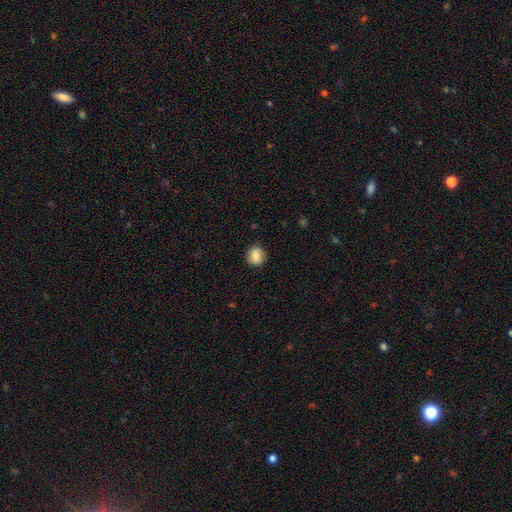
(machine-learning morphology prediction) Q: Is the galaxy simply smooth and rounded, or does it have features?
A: smooth — 80%.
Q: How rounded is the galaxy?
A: round — 75%.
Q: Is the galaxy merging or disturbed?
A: none — 85%.